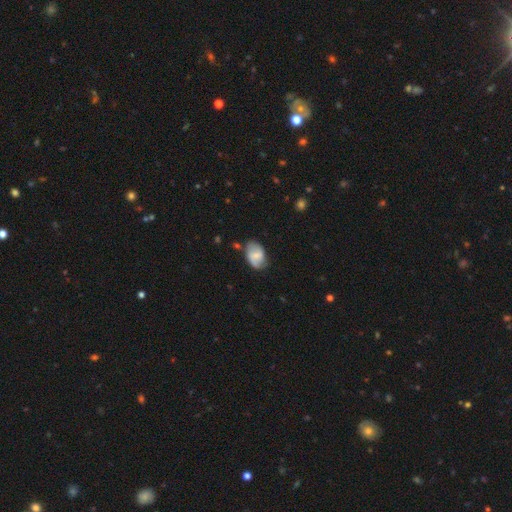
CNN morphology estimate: A smooth galaxy with no disk features (51%) that is in between round and cigar-shaped (84%). Merging: none (65%).